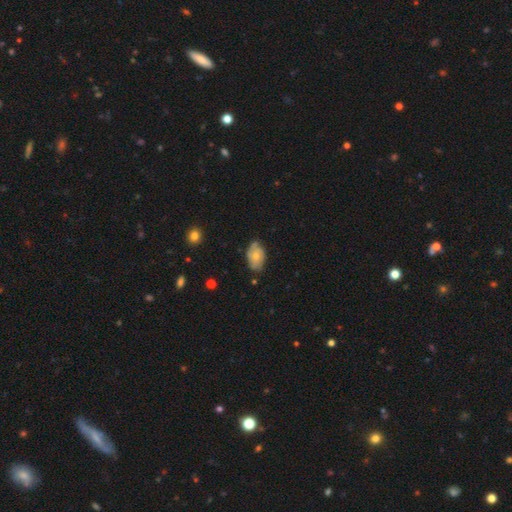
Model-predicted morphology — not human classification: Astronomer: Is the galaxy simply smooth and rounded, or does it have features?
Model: smooth — 47% (runner-up: featured or disk, 46%).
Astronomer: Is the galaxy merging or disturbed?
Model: none — 63%.